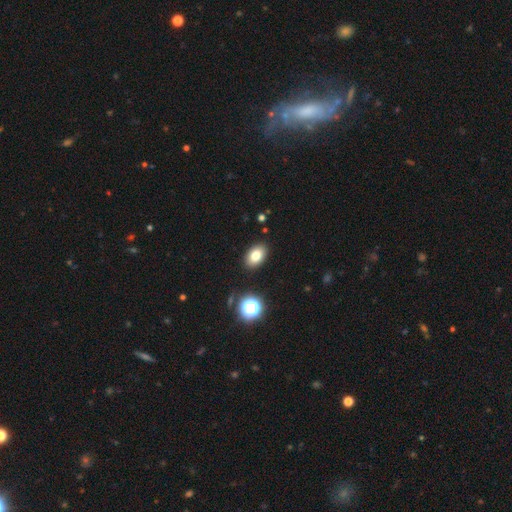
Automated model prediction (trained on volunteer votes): Q: Smooth or featured?
A: smooth (80%); runner-up: star or artifact (11%)
Q: How rounded?
A: in between (86%); runner-up: round (13%)
Q: Merging?
A: none (89%); runner-up: minor disturbance (8%)